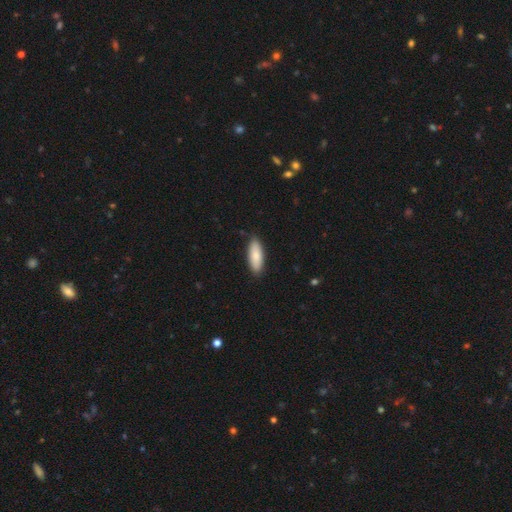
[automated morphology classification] Smooth or featured? smooth (84%)
How rounded? in between (71%)
Merging? none (87%)